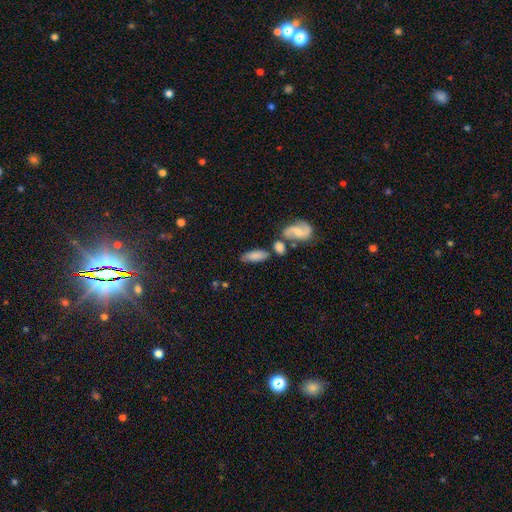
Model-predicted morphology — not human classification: Q: Smooth or featured?
A: smooth (73%); runner-up: featured or disk (20%)
Q: How rounded?
A: in between (72%); runner-up: cigar-shaped (24%)
Q: Merging?
A: none (57%); runner-up: minor disturbance (19%)